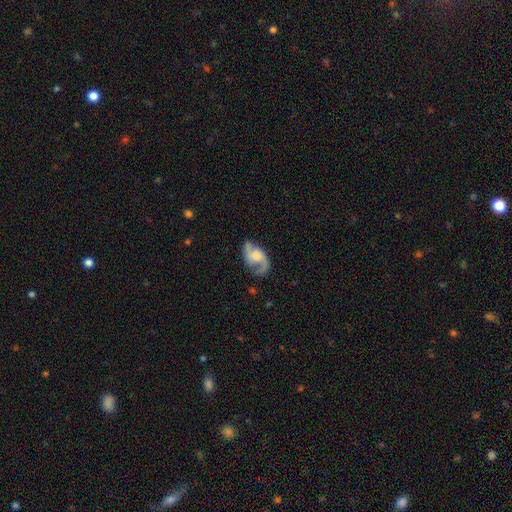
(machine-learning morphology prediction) Smooth or featured: featured or disk — 80% (smooth — 14%)
Edge-on disk: no — 97% (yes — 3%)
Bar: no — 61% (weak — 33%)
Spiral arms: yes — 93% (no — 7%)
Spiral winding: medium — 45% (loose — 42%)
Spiral arm count: 2 — 87% (1 — 5%)
Bulge size: large — 31% (none — 29%)
Merging: none — 66% (minor disturbance — 20%)